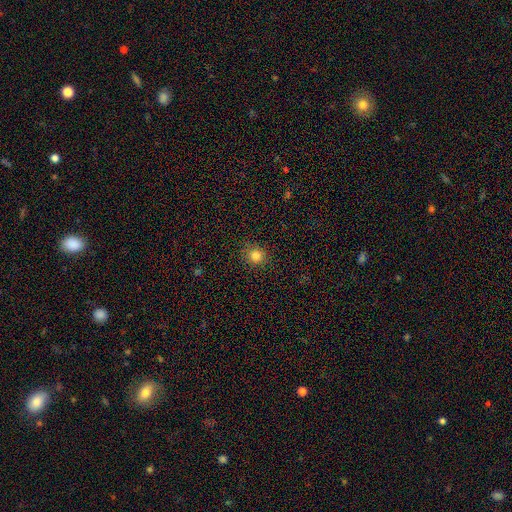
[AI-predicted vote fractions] Smooth or featured?
  - smooth: 82% *
  - star or artifact: 13%
  - featured or disk: 5%
How rounded?
  - round: 87% *
  - in between: 12%
  - cigar-shaped: 1%
Merging?
  - none: 89% *
  - minor disturbance: 8%
  - major disturbance: 2%
  - merger: 1%